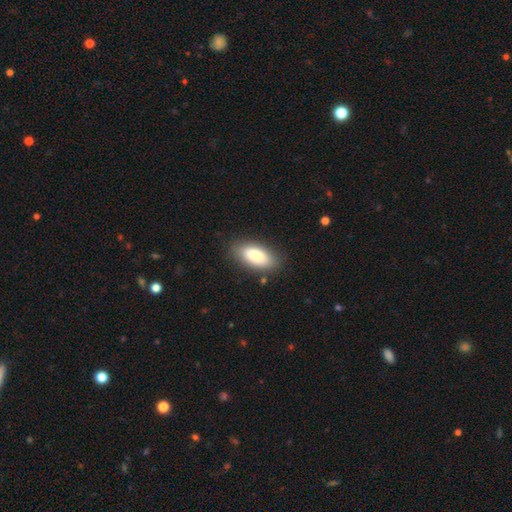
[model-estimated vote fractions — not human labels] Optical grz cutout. It shows a smooth galaxy with no disk features (82%) that is in between round and cigar-shaped (89%). Merging: none (82%).